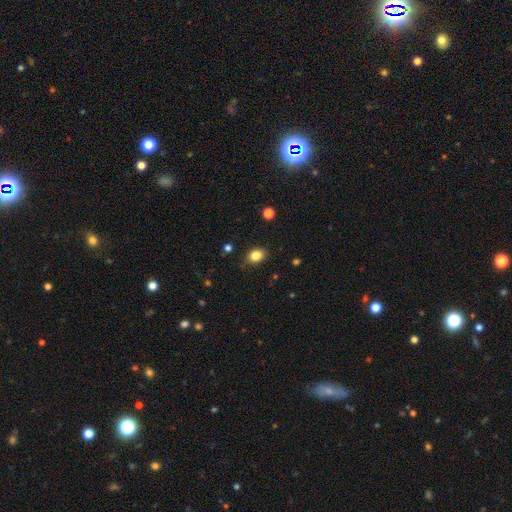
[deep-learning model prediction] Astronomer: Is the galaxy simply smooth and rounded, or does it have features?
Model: smooth — 84%.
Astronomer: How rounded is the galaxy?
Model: in between — 65%.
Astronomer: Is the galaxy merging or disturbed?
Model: none — 79%.